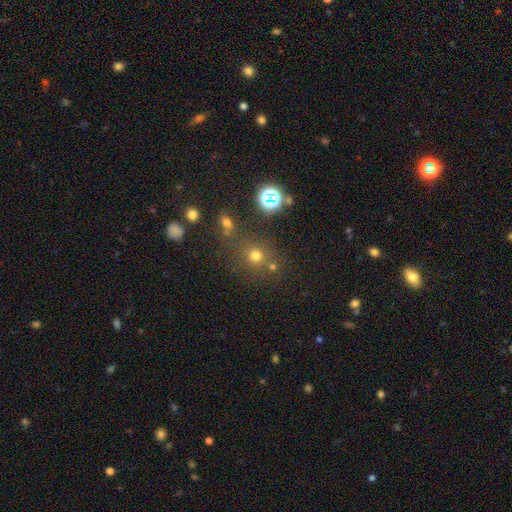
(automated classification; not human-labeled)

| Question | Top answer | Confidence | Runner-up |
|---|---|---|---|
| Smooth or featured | smooth | 65% | star or artifact (27%) |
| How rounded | round | 90% | in between (9%) |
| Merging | none | 74% | merger (11%) |